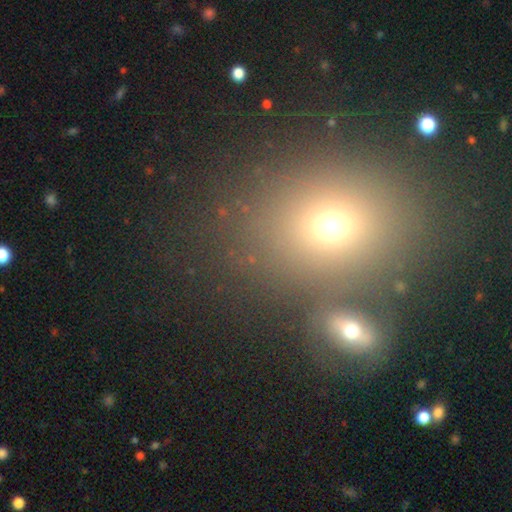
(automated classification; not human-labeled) Smooth or featured: smooth — 60% (star or artifact — 28%)
How rounded: round — 59% (in between — 40%)
Merging: none — 72% (merger — 15%)